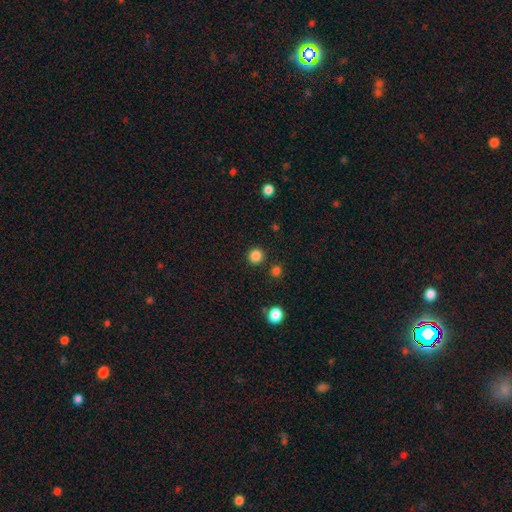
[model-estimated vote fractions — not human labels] Smooth or featured? smooth (84%)
How rounded? round (95%)
Merging? none (90%)